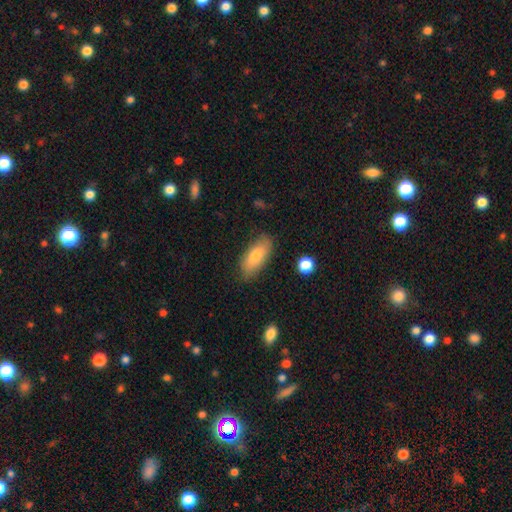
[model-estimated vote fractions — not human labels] Morphology: type=smooth (78%); roundness=in between (81%); merging=none (83%).